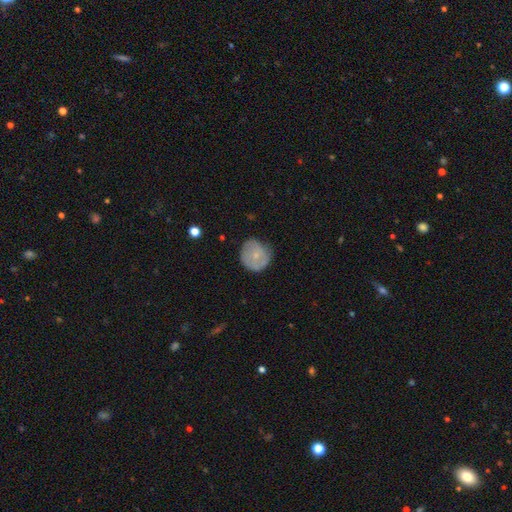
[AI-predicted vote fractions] Smooth or featured? Predicted: smooth (p=0.63). How rounded? Predicted: round (p=0.90). Merging? Predicted: none (p=0.72).